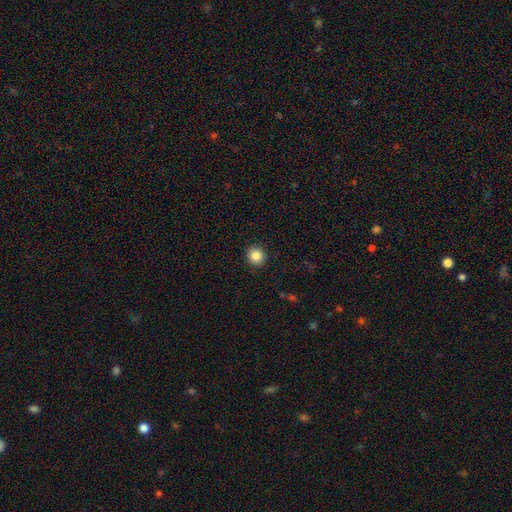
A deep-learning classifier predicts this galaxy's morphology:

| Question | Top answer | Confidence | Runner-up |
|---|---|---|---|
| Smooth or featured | smooth | 86% | star or artifact (10%) |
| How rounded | round | 91% | in between (8%) |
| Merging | none | 92% | minor disturbance (5%) |